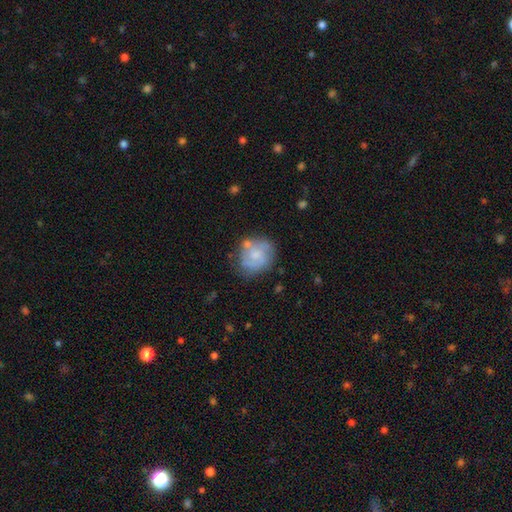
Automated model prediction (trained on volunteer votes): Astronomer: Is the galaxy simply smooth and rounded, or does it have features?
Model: featured or disk — 56% (runner-up: smooth, 37%).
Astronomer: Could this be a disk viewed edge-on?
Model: no — 98%.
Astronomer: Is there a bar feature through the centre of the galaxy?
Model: no — 72%.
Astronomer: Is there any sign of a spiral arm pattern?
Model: yes — 70%.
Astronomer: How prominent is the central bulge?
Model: moderate — 38% (runner-up: small, 37%).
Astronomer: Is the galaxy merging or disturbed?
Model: none — 61%.